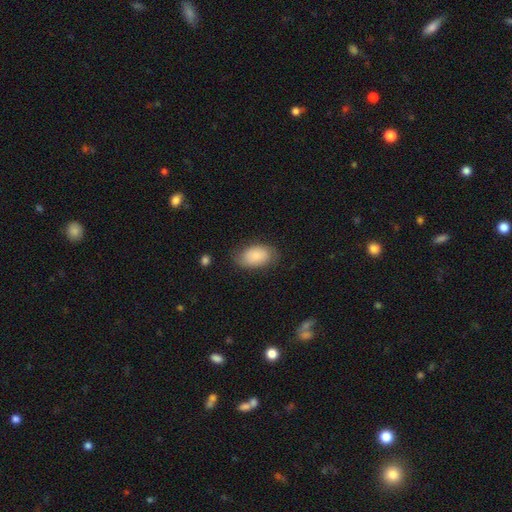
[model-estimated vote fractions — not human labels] Q: Smooth or featured?
A: smooth (81%); runner-up: featured or disk (13%)
Q: How rounded?
A: in between (92%); runner-up: round (7%)
Q: Merging?
A: none (73%); runner-up: minor disturbance (20%)